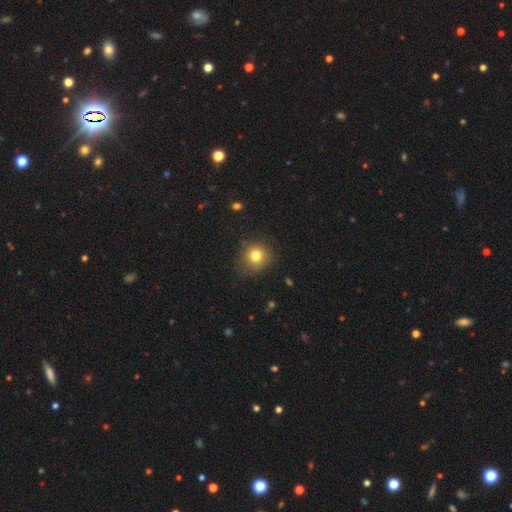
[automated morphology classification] Overall: smooth (79%). How rounded: round (87%). Merging: none (76%).